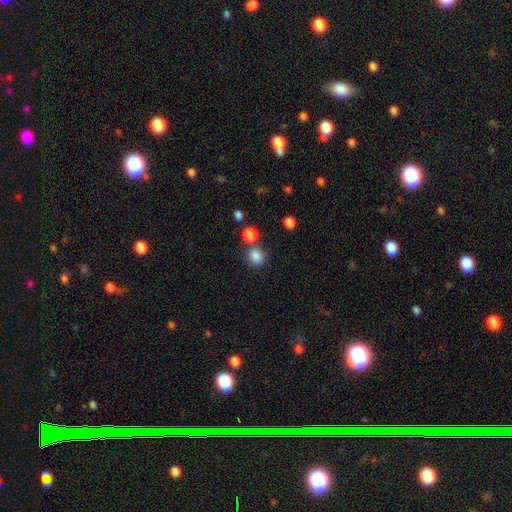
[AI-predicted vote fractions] Q: Smooth or featured?
A: smooth (84%); runner-up: star or artifact (11%)
Q: How rounded?
A: round (67%); runner-up: in between (32%)
Q: Merging?
A: none (63%); runner-up: merger (21%)